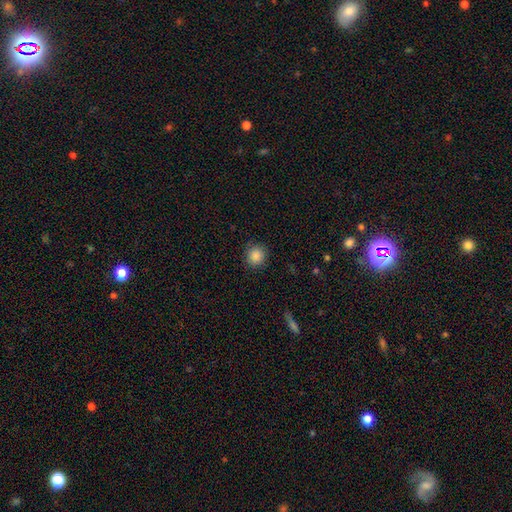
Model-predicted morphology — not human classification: Smooth or featured: smooth — 87% (star or artifact — 10%)
How rounded: round — 90% (in between — 9%)
Merging: none — 89% (minor disturbance — 8%)